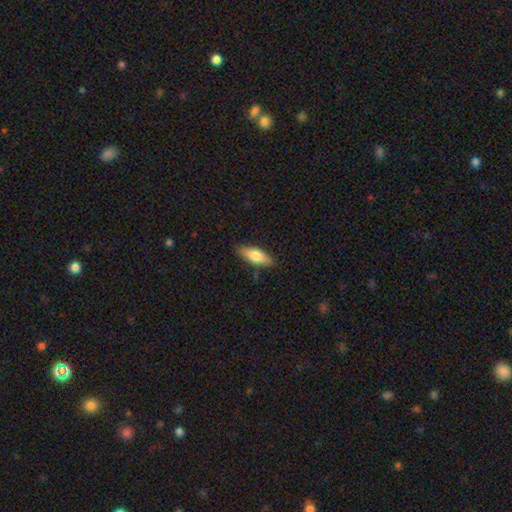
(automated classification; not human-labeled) smooth-or-featured: smooth: 71% | featured or disk: 23% | star or artifact: 6%
  how-rounded: in between: 62% | cigar-shaped: 36% | round: 2%
  merging: none: 85% | minor disturbance: 12% | major disturbance: 2% | merger: 2%